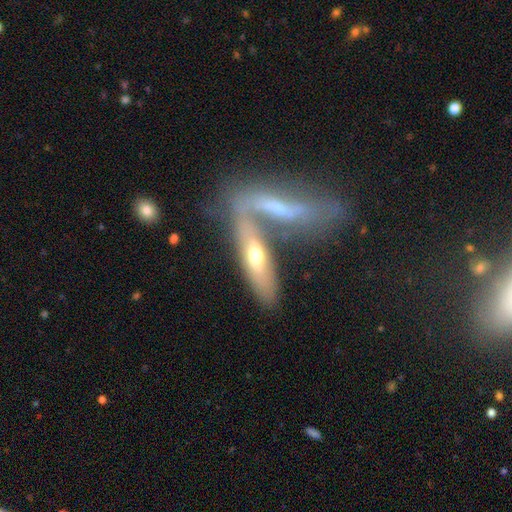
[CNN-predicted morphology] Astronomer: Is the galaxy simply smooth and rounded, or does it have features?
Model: featured or disk — 50% (runner-up: smooth, 43%).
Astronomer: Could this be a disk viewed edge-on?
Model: yes — 57% (runner-up: no, 43%).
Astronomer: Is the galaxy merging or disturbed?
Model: merger — 55%.